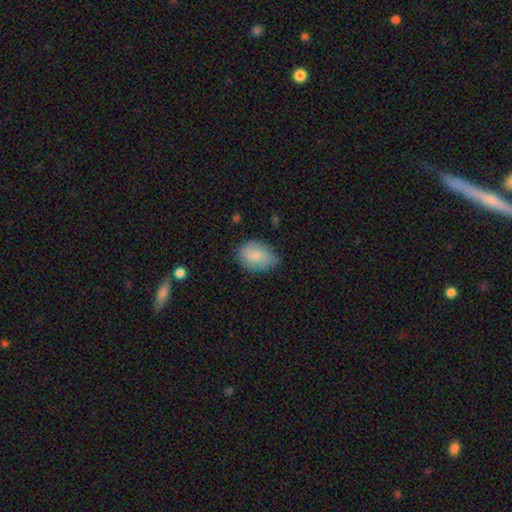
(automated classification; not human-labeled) Q: Smooth or featured?
A: smooth (78%); runner-up: featured or disk (15%)
Q: How rounded?
A: in between (74%); runner-up: round (25%)
Q: Merging?
A: none (68%); runner-up: minor disturbance (25%)